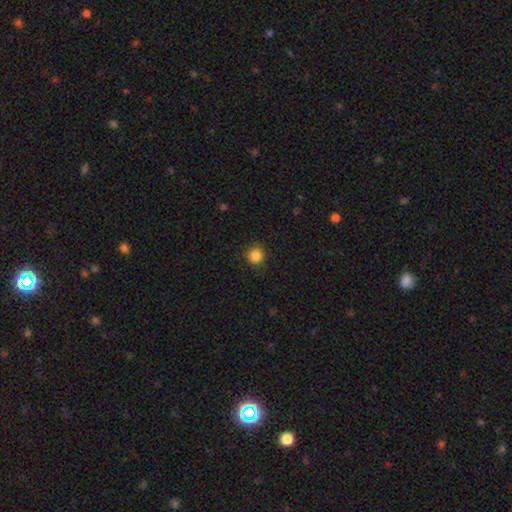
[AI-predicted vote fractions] smooth 85%, star or artifact 11%, featured or disk 4%. Down the decision tree: how rounded — round (93%); merging — none (89%).